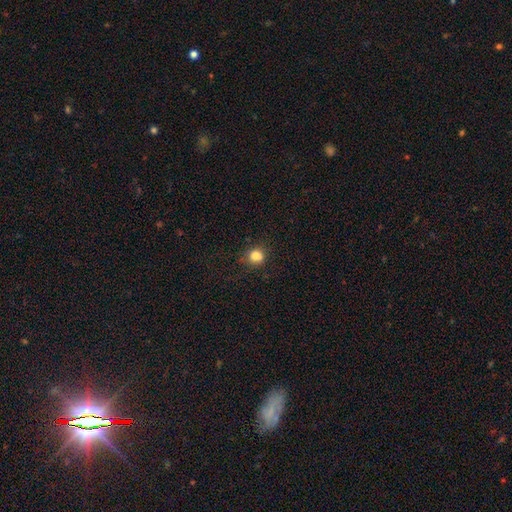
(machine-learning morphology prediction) smooth_or_featured: smooth (p=0.82) [alt: star or artifact p=0.12]
how_rounded: round (p=0.84) [alt: in between p=0.15]
merging: none (p=0.79) [alt: minor disturbance p=0.14]